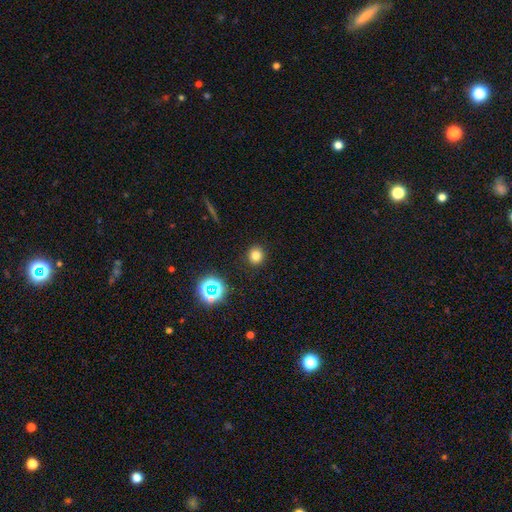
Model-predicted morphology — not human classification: smooth_or_featured: smooth (p=0.77) [alt: star or artifact p=0.17]
how_rounded: round (p=0.86) [alt: in between p=0.13]
merging: none (p=0.90) [alt: minor disturbance p=0.06]